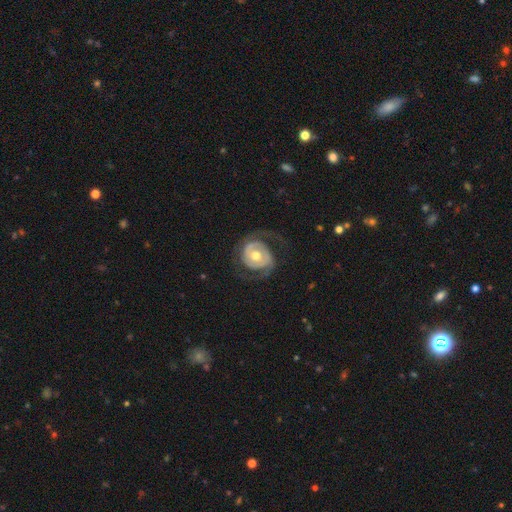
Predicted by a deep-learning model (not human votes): featured or disk 77%, smooth 18%, star or artifact 5%. Down the decision tree: edge-on disk — no (97%); bar — no (63%); spiral arms — yes (82%); spiral arm count — 2 (75%); spiral winding — medium (37%); bulge size — moderate (77%); merging — none (63%).